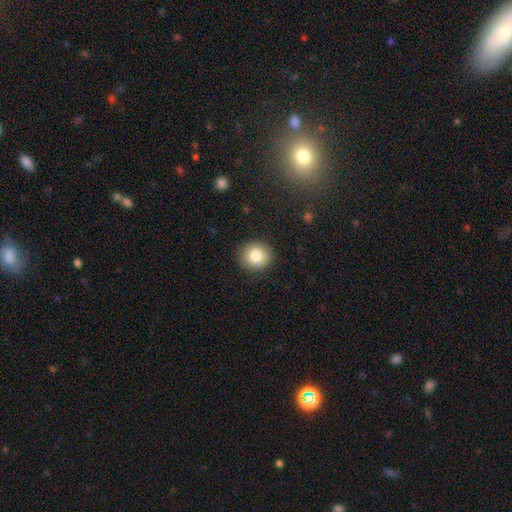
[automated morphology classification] A smooth galaxy with no disk features (82%) that is round (89%). Merging: none (90%).